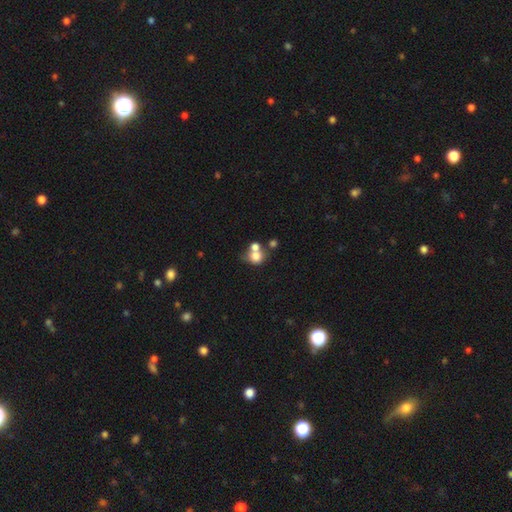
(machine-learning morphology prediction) Smooth or featured? smooth (73%)
How rounded? round (77%)
Merging? merger (50%)